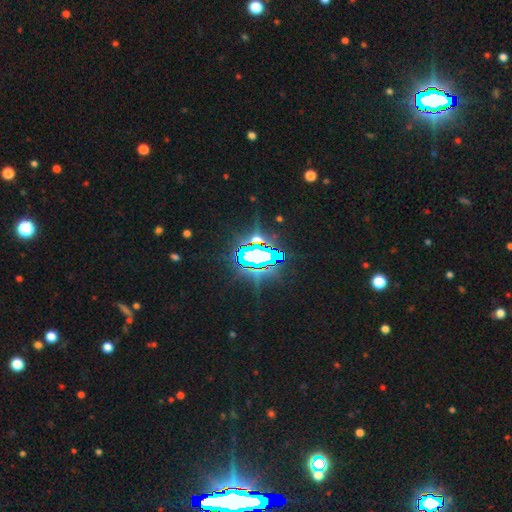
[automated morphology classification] smooth-or-featured: star or artifact: 75% | featured or disk: 15% | smooth: 10%